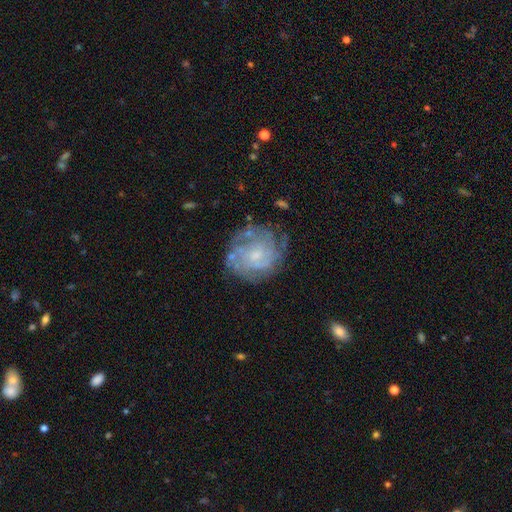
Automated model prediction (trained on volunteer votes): featured or disk 75%, smooth 17%, star or artifact 8%. Down the decision tree: edge-on disk — no (98%); bar — no (67%); spiral arms — yes (84%); spiral arm count — can't tell (50%); spiral winding — tight (66%); bulge size — small (55%); merging — none (69%).